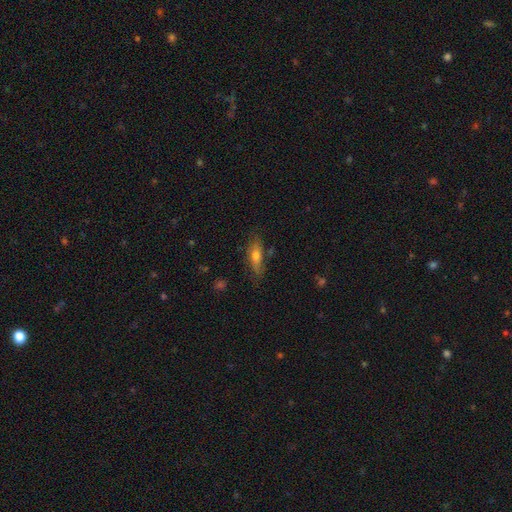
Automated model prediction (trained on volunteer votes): Smooth or featured? Predicted: smooth (p=0.65). How rounded? Predicted: in between (p=0.58). Merging? Predicted: none (p=0.70).